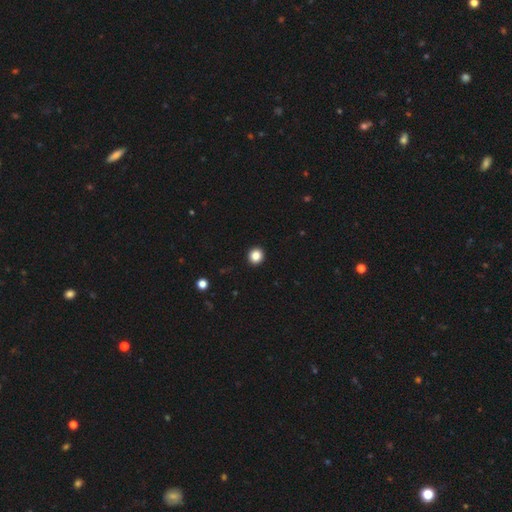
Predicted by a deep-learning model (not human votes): smooth-or-featured: smooth: 85% | star or artifact: 11% | featured or disk: 4%
  how-rounded: round: 90% | in between: 9% | cigar-shaped: 1%
  merging: none: 94% | minor disturbance: 4% | major disturbance: 1% | merger: 1%